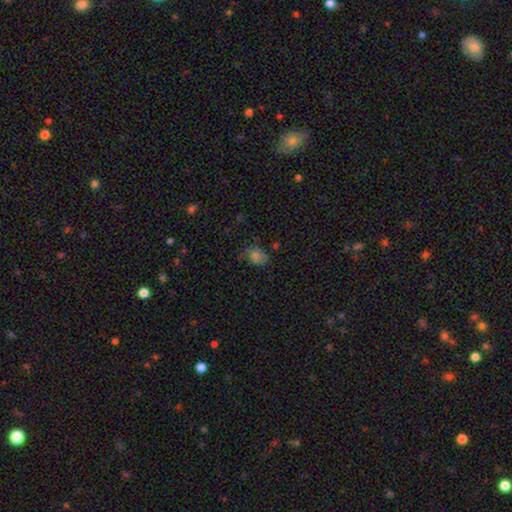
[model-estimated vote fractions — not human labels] Morphology: type=smooth (72%); roundness=in between (58%); merging=none (64%).